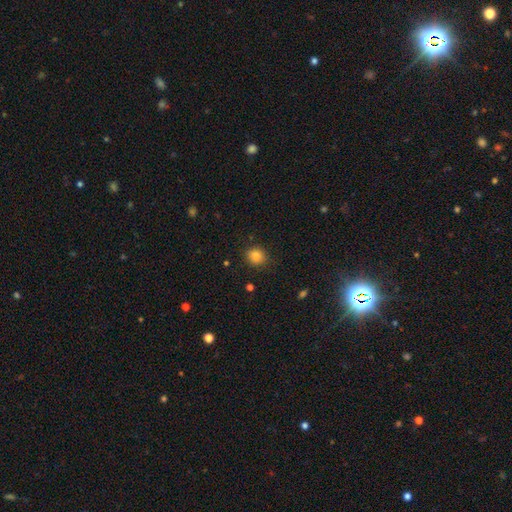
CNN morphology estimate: Smooth or featured?
  - smooth: 83% *
  - star or artifact: 11%
  - featured or disk: 5%
How rounded?
  - round: 77% *
  - in between: 22%
  - cigar-shaped: 1%
Merging?
  - none: 83% *
  - minor disturbance: 12%
  - major disturbance: 3%
  - merger: 1%